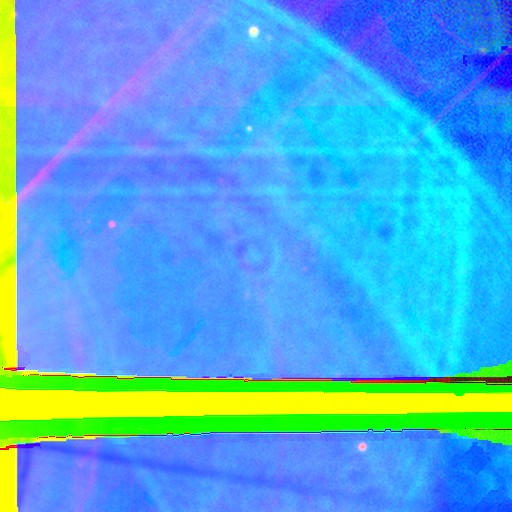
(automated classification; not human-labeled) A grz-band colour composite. It shows a star or artifact, not a galaxy (86%).